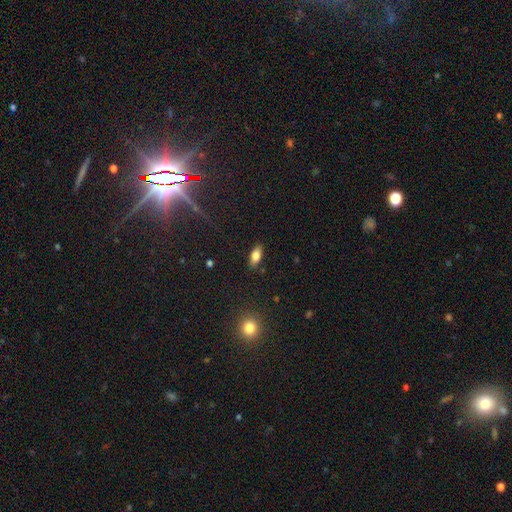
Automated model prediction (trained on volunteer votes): Overall: smooth (79%). How rounded: in between (86%). Merging: none (87%).